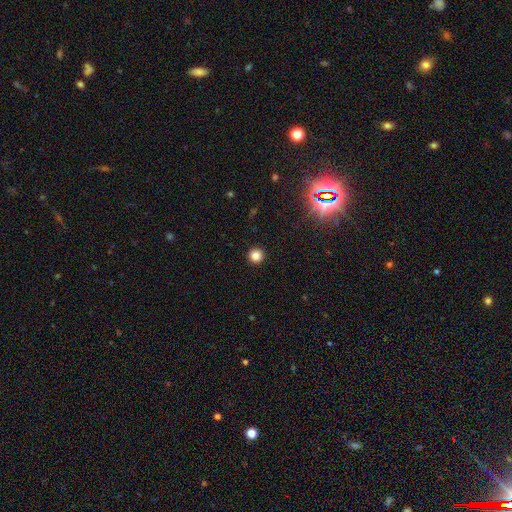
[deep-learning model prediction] A smooth galaxy with no disk features (83%) that is round (95%). Merging: none (93%).